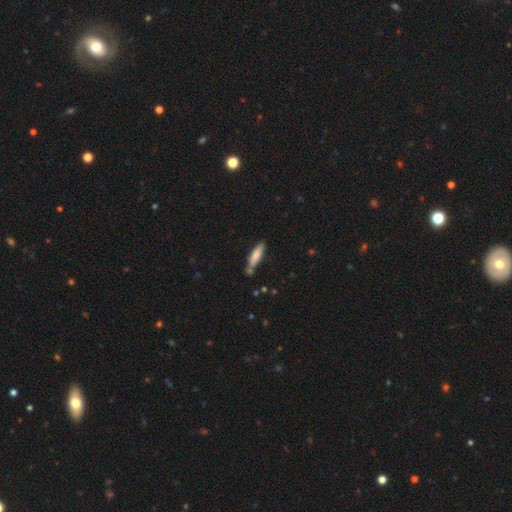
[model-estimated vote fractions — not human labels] smooth-or-featured: smooth: 77% | featured or disk: 17% | star or artifact: 6%
  how-rounded: cigar-shaped: 70% | in between: 29% | round: 1%
  merging: none: 68% | minor disturbance: 20% | merger: 9% | major disturbance: 4%